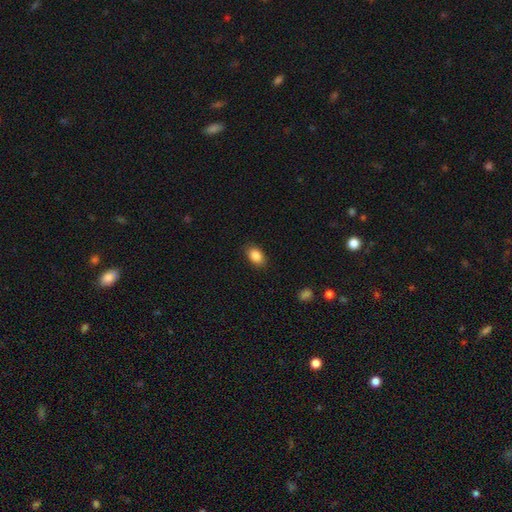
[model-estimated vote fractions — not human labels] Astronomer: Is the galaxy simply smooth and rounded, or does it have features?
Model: smooth — 86%.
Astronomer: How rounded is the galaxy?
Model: in between — 87%.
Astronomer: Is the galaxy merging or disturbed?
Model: none — 87%.